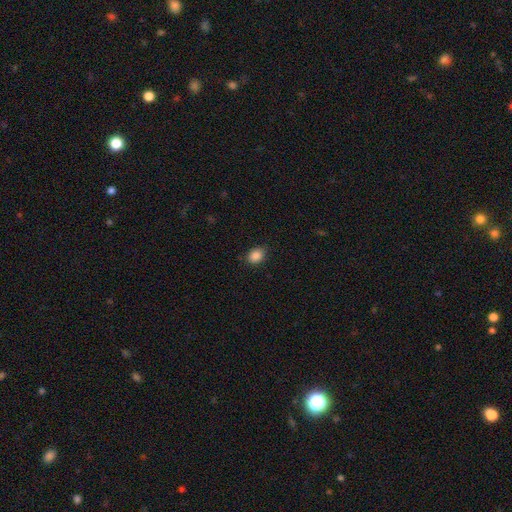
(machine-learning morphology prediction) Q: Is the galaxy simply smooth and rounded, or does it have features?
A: smooth — 88%.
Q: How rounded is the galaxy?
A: in between — 67%.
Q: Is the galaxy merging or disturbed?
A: none — 85%.